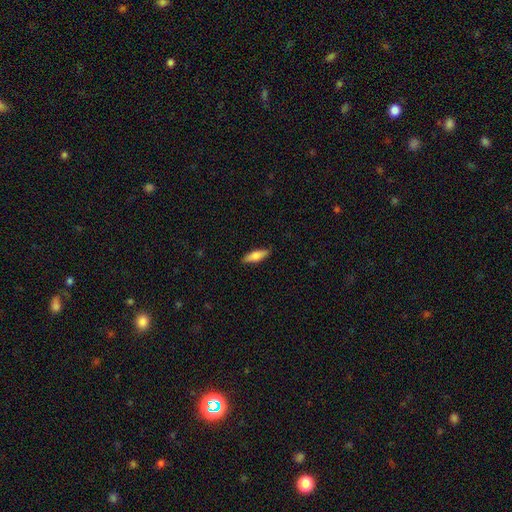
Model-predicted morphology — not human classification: The model was most divided on "how rounded": cigar-shaped: 50%, in between: 48%, round: 2%. More confident: merging — none (88%); smooth or featured — smooth (73%).